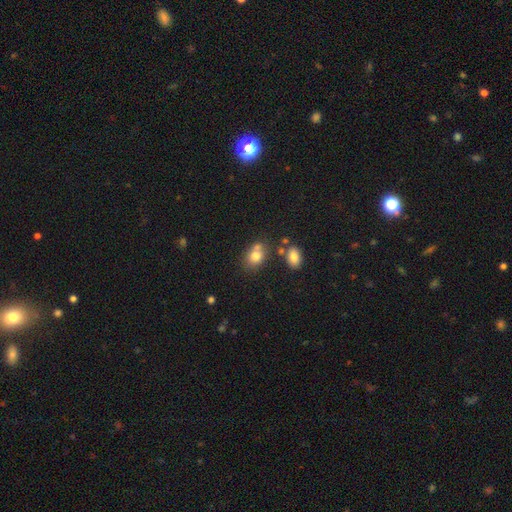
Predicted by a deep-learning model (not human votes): Q: Smooth or featured?
A: smooth (77%); runner-up: featured or disk (12%)
Q: How rounded?
A: in between (60%); runner-up: round (39%)
Q: Merging?
A: none (52%); runner-up: merger (29%)